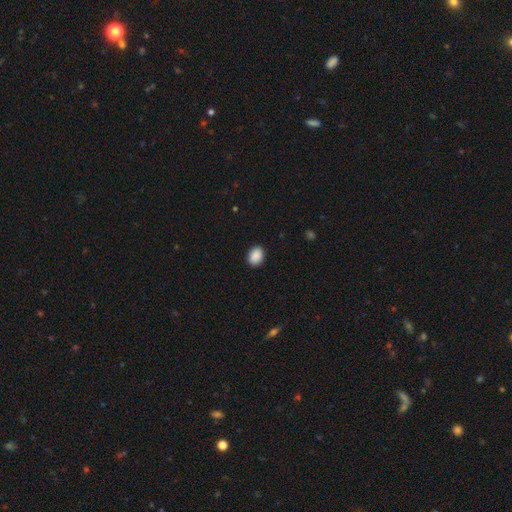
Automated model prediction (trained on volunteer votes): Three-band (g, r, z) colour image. It shows a smooth galaxy with no disk features (90%) that is in between round and cigar-shaped (61%). Merging: none (90%).